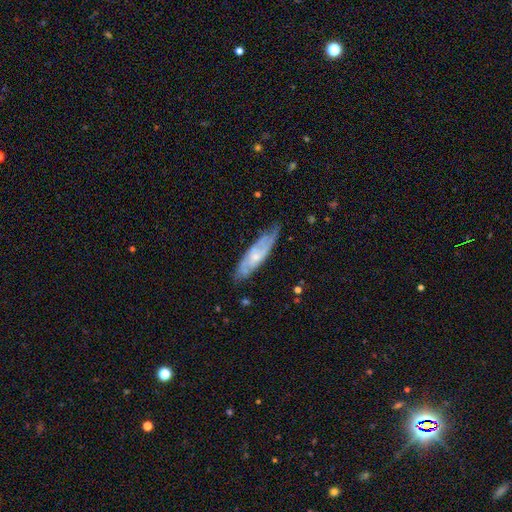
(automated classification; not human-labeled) The model was most divided on "edge-on disk": no: 67%, yes: 33%. More confident: merging — none (67%); smooth or featured — featured or disk (65%).